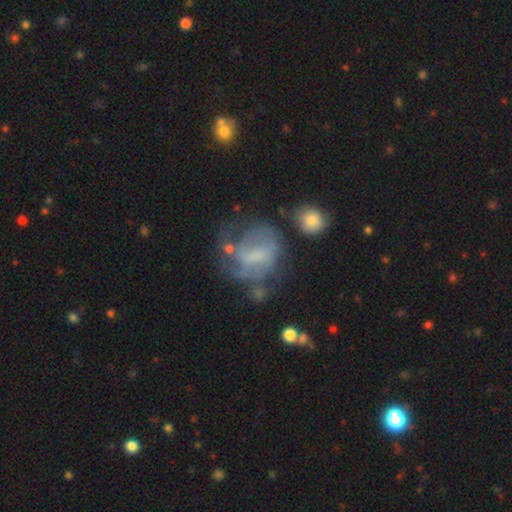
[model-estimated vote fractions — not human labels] A featured or disk galaxy (62%) with a weak bar (46%), spiral arms (64%) and no central bulge (42%).

Vote fractions:
- Smooth or featured? featured or disk: 62% / smooth: 27% / star or artifact: 11%
- Edge-on disk? no: 97% / yes: 3%
- Bar? weak: 46% / no: 36% / strong: 18%
- Spiral arms? yes: 64% / no: 36%
- Bulge size? none: 42% / small: 30% / moderate: 22% / large: 4% / dominant: 1%
- Merging? none: 41% / major disturbance: 29% / minor disturbance: 22% / merger: 8%